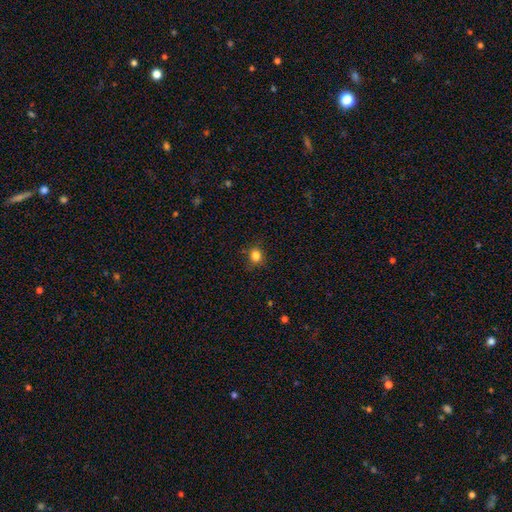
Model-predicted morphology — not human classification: Q: Smooth or featured?
A: smooth (83%); runner-up: star or artifact (13%)
Q: How rounded?
A: round (78%); runner-up: in between (21%)
Q: Merging?
A: none (83%); runner-up: minor disturbance (13%)